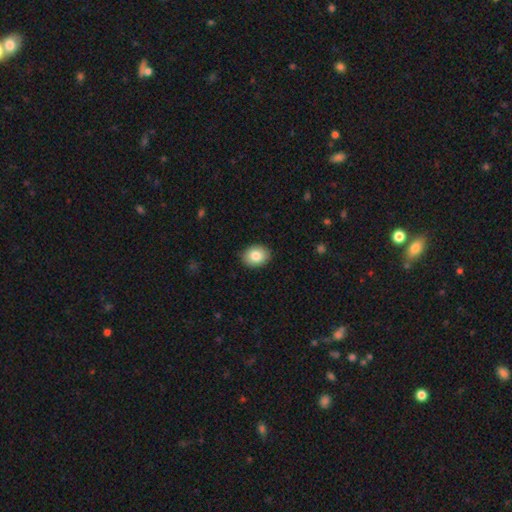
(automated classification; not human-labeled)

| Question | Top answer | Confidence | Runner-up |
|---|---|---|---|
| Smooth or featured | smooth | 83% | featured or disk (9%) |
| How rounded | in between | 58% | round (42%) |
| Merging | none | 90% | minor disturbance (7%) |